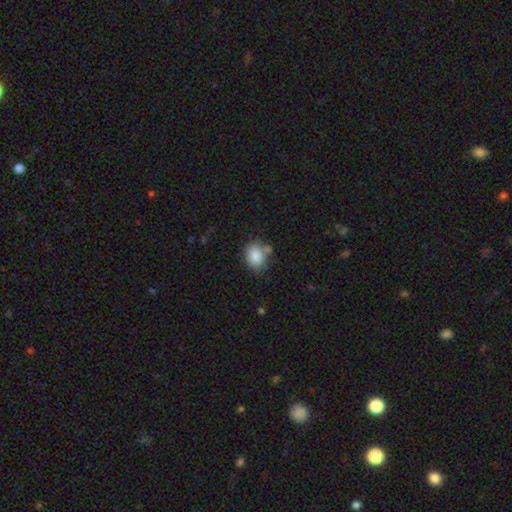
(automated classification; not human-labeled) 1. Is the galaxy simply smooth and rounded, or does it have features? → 85% smooth, 8% star or artifact, 6% featured or disk.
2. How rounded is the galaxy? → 58% in between, 41% round, 1% cigar-shaped.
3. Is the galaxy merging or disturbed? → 57% none, 23% minor disturbance, 14% merger, 6% major disturbance.